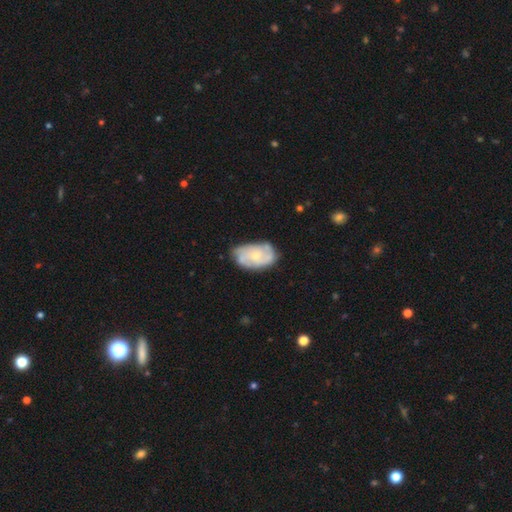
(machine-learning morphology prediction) A featured or disk galaxy (66%) with no bar (79%), spiral arms (78%) and a small central bulge (55%). Merging: none (58%).